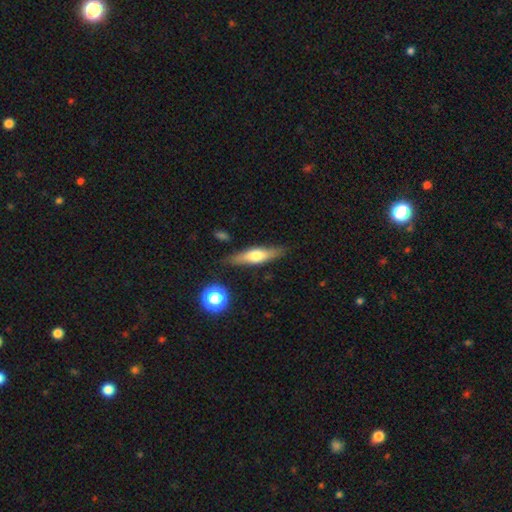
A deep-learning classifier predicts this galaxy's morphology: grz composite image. It shows a featured or disk galaxy (47%). Merging: none (83%).